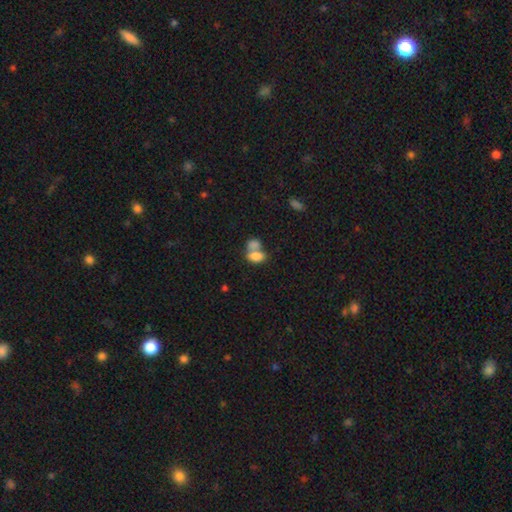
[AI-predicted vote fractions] Morphology: type=smooth (80%); roundness=in between (88%); merging=merger (64%).